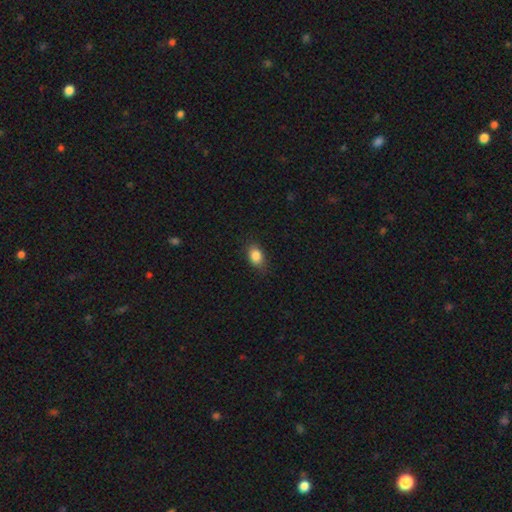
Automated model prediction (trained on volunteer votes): Q: Smooth or featured?
A: smooth (86%); runner-up: star or artifact (9%)
Q: How rounded?
A: in between (75%); runner-up: round (23%)
Q: Merging?
A: none (82%); runner-up: minor disturbance (14%)